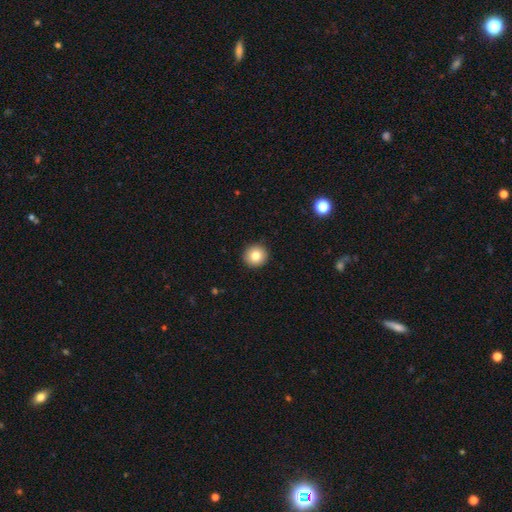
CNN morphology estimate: Overall: smooth (81%). How rounded: round (94%). Merging: none (92%).